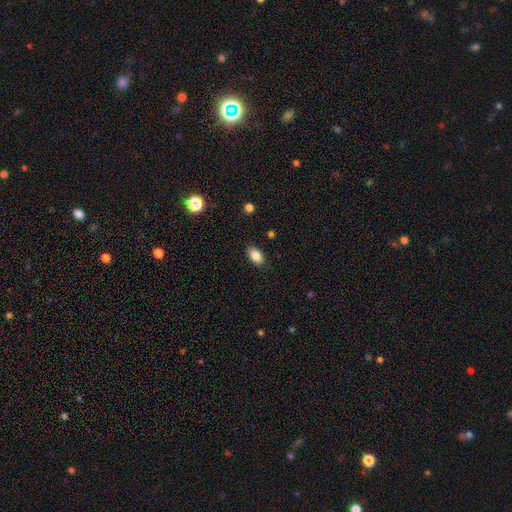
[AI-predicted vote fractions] Smooth or featured? smooth (86%)
How rounded? in between (91%)
Merging? none (86%)